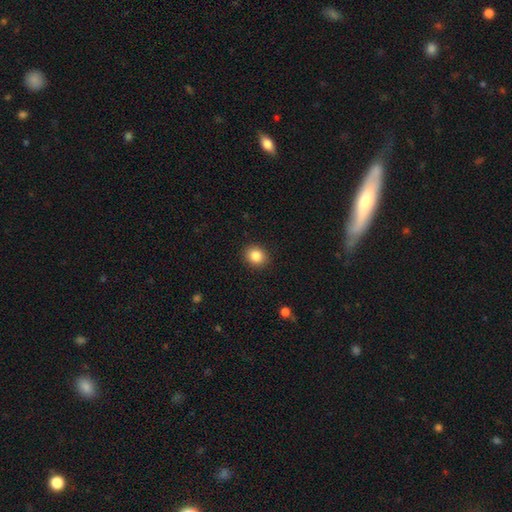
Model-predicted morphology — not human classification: smooth 85%, star or artifact 10%, featured or disk 5%. Down the decision tree: how rounded — round (73%); merging — none (91%).